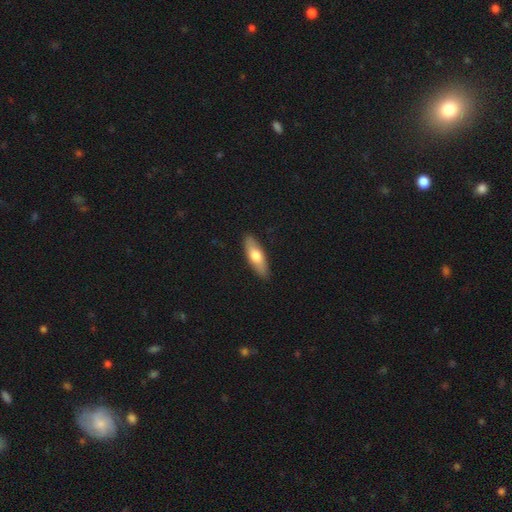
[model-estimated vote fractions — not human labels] smooth-or-featured: smooth: 66% | featured or disk: 29% | star or artifact: 5%
  how-rounded: in between: 54% | cigar-shaped: 43% | round: 2%
  merging: none: 89% | minor disturbance: 8% | major disturbance: 2% | merger: 1%